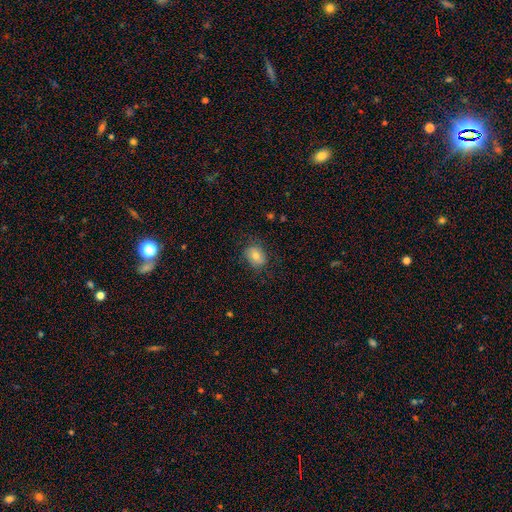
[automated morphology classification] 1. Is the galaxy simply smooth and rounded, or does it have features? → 67% smooth, 23% featured or disk, 10% star or artifact.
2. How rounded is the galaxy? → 65% in between, 33% round, 1% cigar-shaped.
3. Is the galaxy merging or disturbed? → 73% none, 19% minor disturbance, 7% major disturbance, 1% merger.